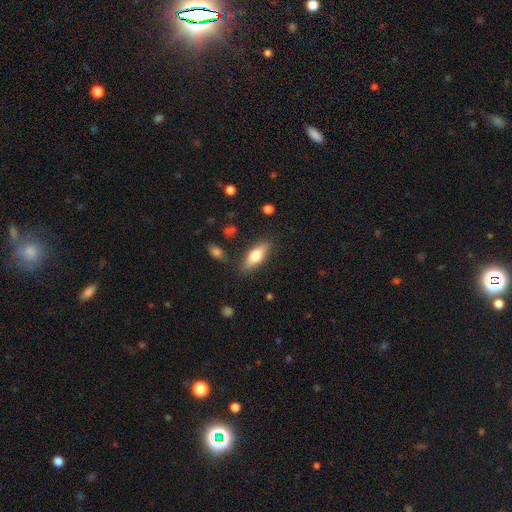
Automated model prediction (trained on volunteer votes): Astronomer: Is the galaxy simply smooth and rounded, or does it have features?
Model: smooth — 69%.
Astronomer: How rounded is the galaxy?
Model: in between — 70%.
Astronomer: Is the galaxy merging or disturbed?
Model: none — 82%.